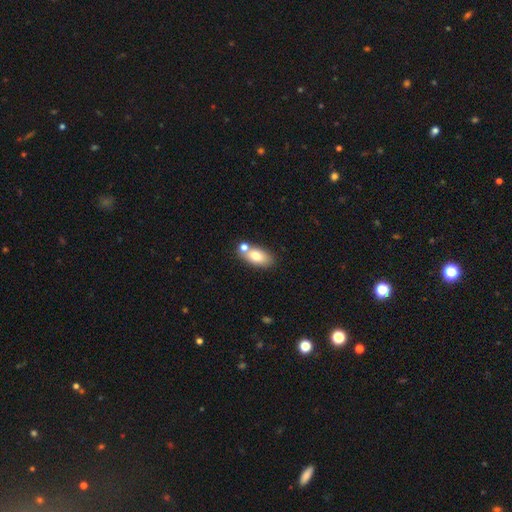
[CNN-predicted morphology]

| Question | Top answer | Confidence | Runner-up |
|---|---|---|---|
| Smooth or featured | smooth | 74% | featured or disk (18%) |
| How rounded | in between | 88% | round (8%) |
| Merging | none | 55% | merger (29%) |